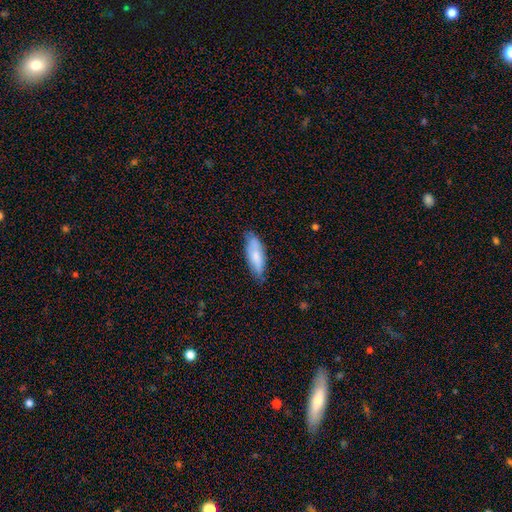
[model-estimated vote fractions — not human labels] This appears to be a smooth galaxy with no disk features (74%) that is in between round and cigar-shaped (61%). Merging: none (70%).